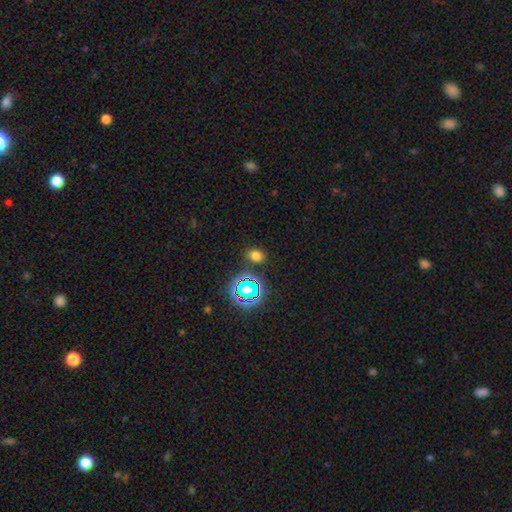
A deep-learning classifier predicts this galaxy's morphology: Smooth or featured: smooth — 67% (star or artifact — 27%)
How rounded: in between — 55% (round — 44%)
Merging: none — 84% (minor disturbance — 9%)